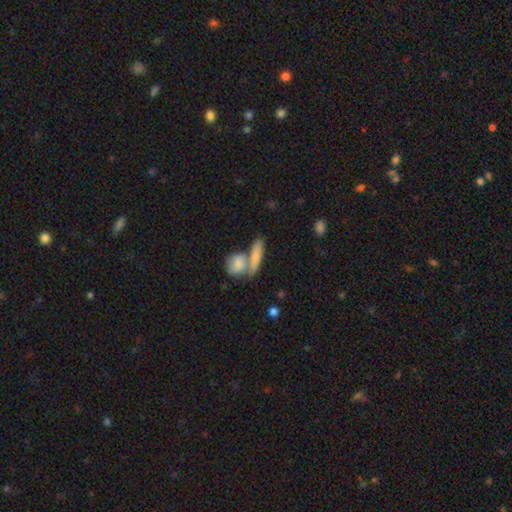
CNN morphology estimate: Overall: smooth (75%). How rounded: cigar-shaped (52%; in between 37%). Merging: none (44%; merger 40%).